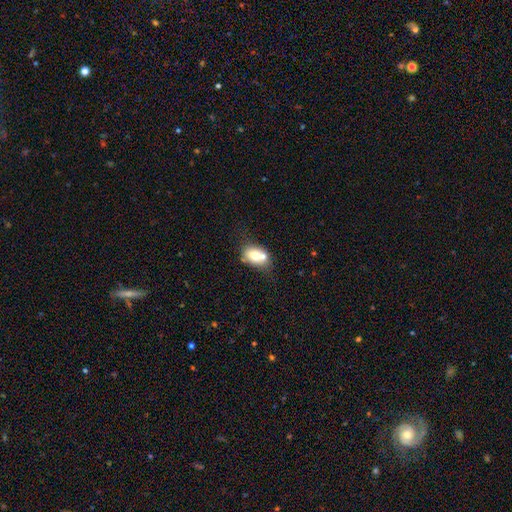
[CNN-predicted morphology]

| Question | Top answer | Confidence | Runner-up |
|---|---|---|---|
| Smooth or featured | smooth | 69% | featured or disk (23%) |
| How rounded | in between | 70% | round (29%) |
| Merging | none | 45% | merger (35%) |